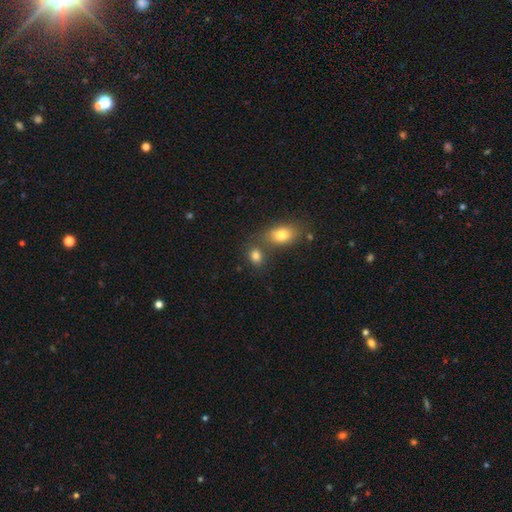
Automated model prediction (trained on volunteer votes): Smooth or featured? smooth (80%)
How rounded? in between (65%)
Merging? none (57%)